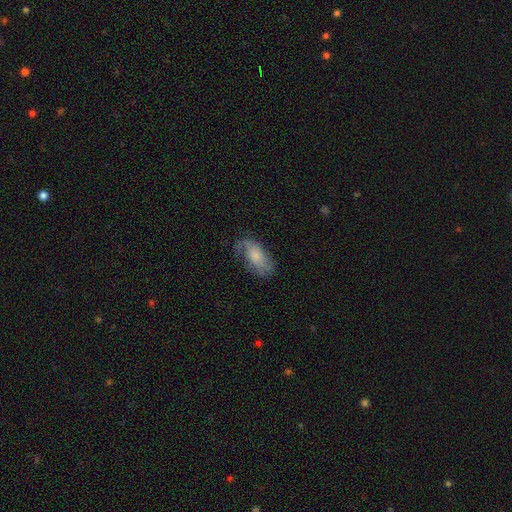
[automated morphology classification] featured or disk 49%, smooth 43%, star or artifact 8%. Down the decision tree: merging — none (53%).